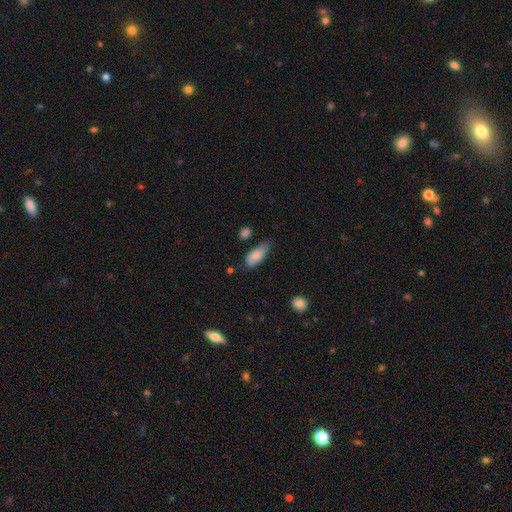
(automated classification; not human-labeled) The model was most divided on "merging": none: 57%, minor disturbance: 33%, major disturbance: 7%, merger: 3%. More confident: how rounded — in between (85%); smooth or featured — smooth (82%).